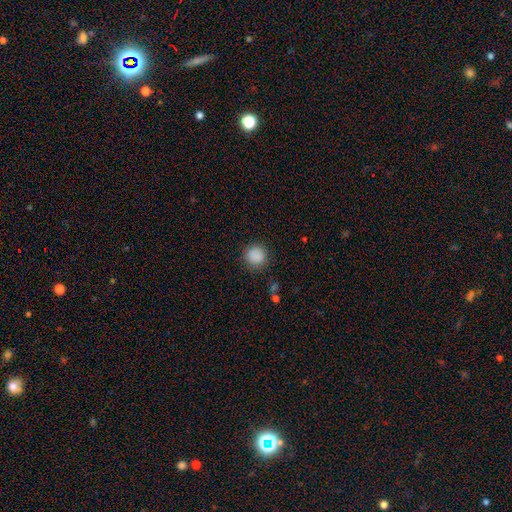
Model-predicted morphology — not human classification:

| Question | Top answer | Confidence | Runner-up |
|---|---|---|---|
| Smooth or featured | smooth | 88% | star or artifact (9%) |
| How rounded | round | 92% | in between (7%) |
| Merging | none | 87% | minor disturbance (9%) |